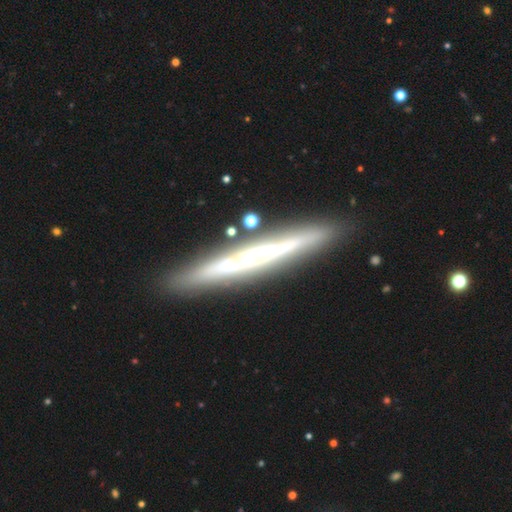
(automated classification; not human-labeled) Smooth or featured? featured or disk (70%)
Edge-on disk? yes (94%)
Edge-on bulge? none (74%)
Merging? none (87%)